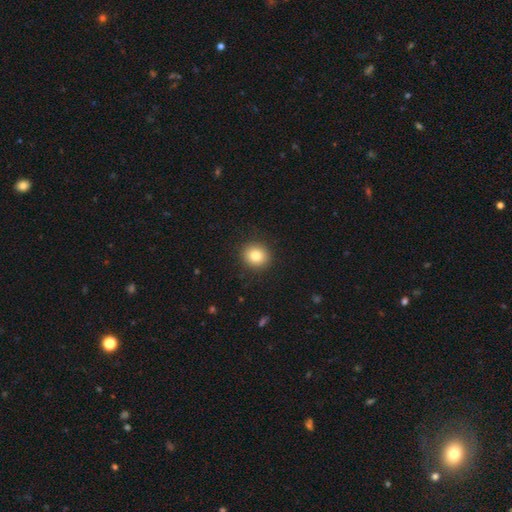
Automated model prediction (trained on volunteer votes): Smooth or featured? smooth (82%)
How rounded? round (83%)
Merging? none (91%)